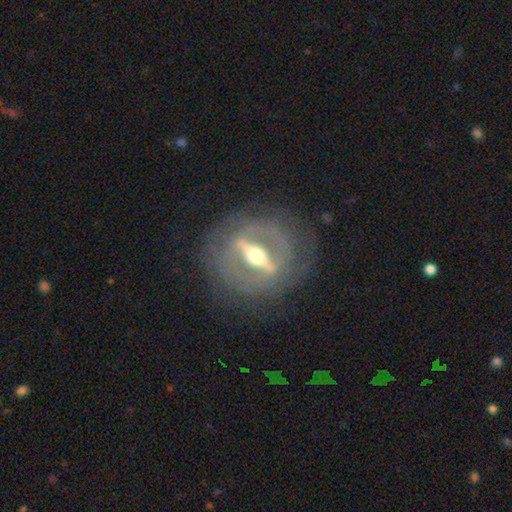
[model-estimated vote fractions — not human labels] The model was most divided on "edge-on disk": no: 62%, yes: 38%. More confident: smooth or featured — featured or disk (86%); bar — strong (85%); merging — none (79%); bulge size — moderate (72%); spiral arms — no (64%).